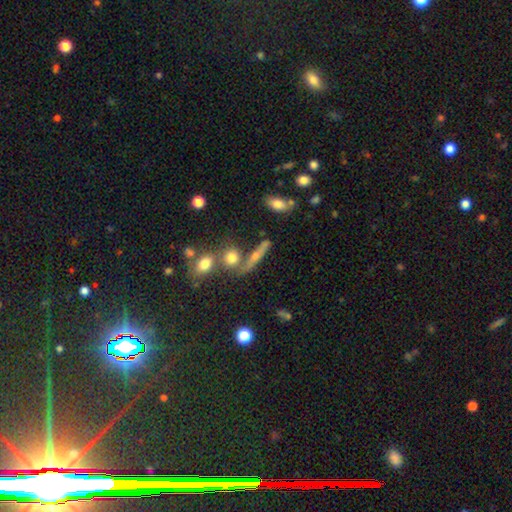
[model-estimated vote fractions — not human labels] A featured or disk galaxy (43%).

Vote fractions:
- Smooth or featured? featured or disk: 43% / smooth: 40% / star or artifact: 17%
- Merging? none: 61% / merger: 19% / minor disturbance: 13% / major disturbance: 7%